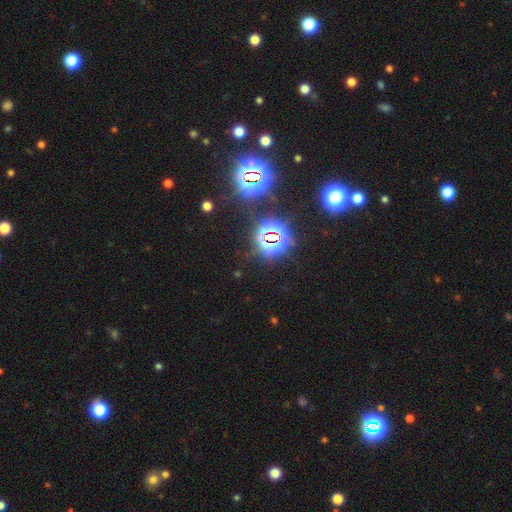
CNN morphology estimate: smooth_or_featured: star or artifact (p=0.79) [alt: smooth p=0.14]